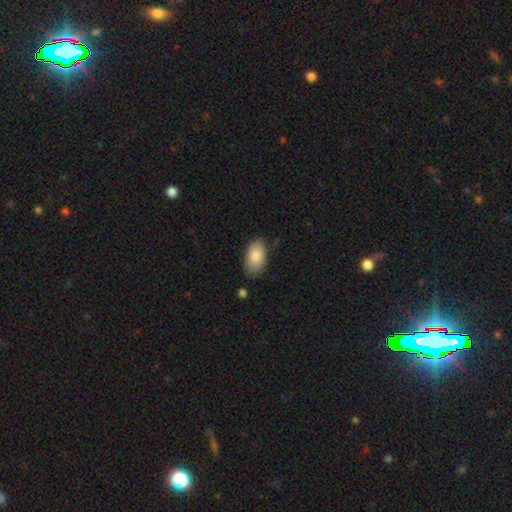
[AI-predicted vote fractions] Q: Smooth or featured?
A: smooth (84%); runner-up: featured or disk (9%)
Q: How rounded?
A: in between (94%); runner-up: round (5%)
Q: Merging?
A: none (78%); runner-up: minor disturbance (17%)